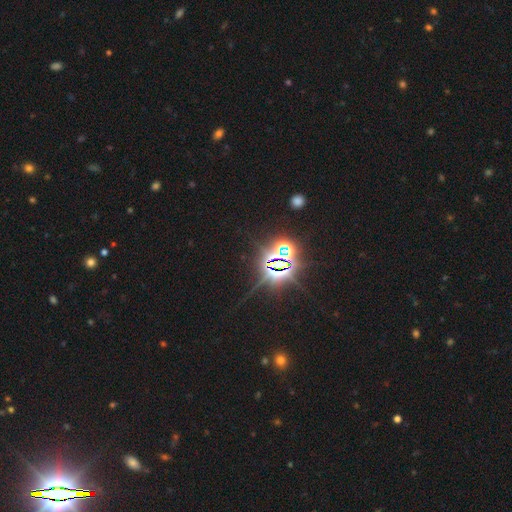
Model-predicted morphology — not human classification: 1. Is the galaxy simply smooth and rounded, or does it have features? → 82% star or artifact, 11% smooth, 7% featured or disk.